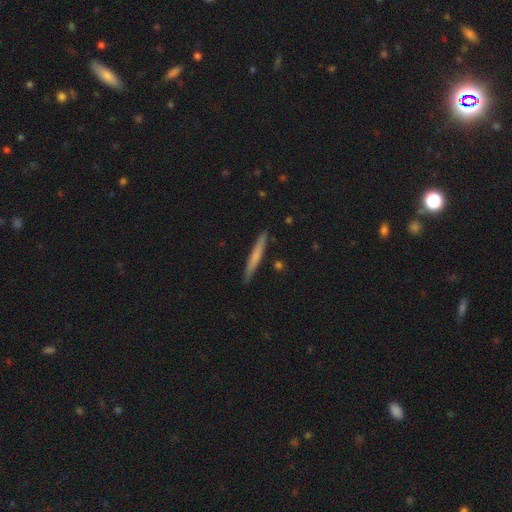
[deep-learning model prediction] Smooth or featured?
  - smooth: 59% *
  - featured or disk: 35%
  - star or artifact: 6%
How rounded?
  - cigar-shaped: 96% *
  - in between: 3%
  - round: 1%
Merging?
  - none: 89% *
  - minor disturbance: 8%
  - merger: 1%
  - major disturbance: 1%